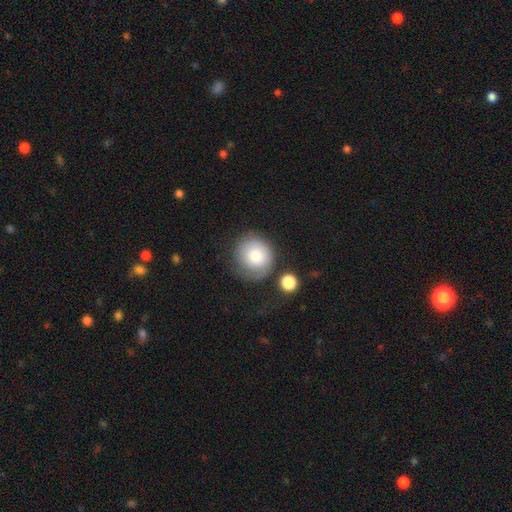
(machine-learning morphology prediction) A smooth galaxy with no disk features (80%) that is round (89%).

Vote fractions:
- Smooth or featured? smooth: 80% / featured or disk: 13% / star or artifact: 8%
- How rounded? round: 89% / in between: 11% / cigar-shaped: 1%
- Merging? none: 63% / minor disturbance: 20% / major disturbance: 9% / merger: 8%